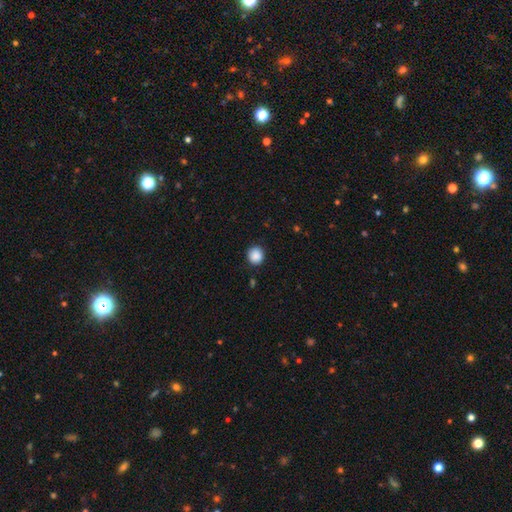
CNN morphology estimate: Smooth or featured?
  - smooth: 88% *
  - star or artifact: 9%
  - featured or disk: 3%
How rounded?
  - round: 88% *
  - in between: 11%
  - cigar-shaped: 1%
Merging?
  - none: 86% *
  - minor disturbance: 10%
  - major disturbance: 2%
  - merger: 1%